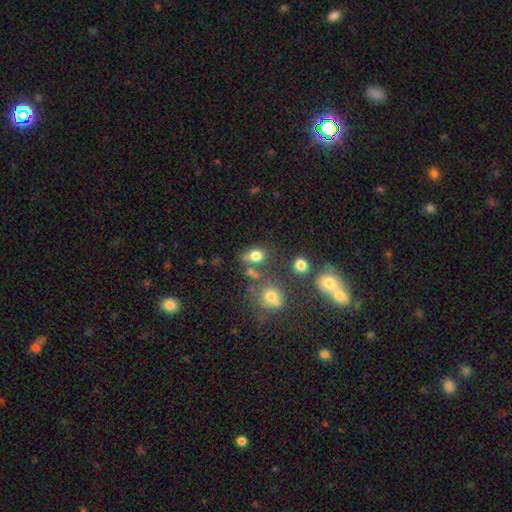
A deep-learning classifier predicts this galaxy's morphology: Smooth or featured? Predicted: smooth (p=0.77). How rounded? Predicted: in between (p=0.58). Merging? Predicted: none (p=0.56).